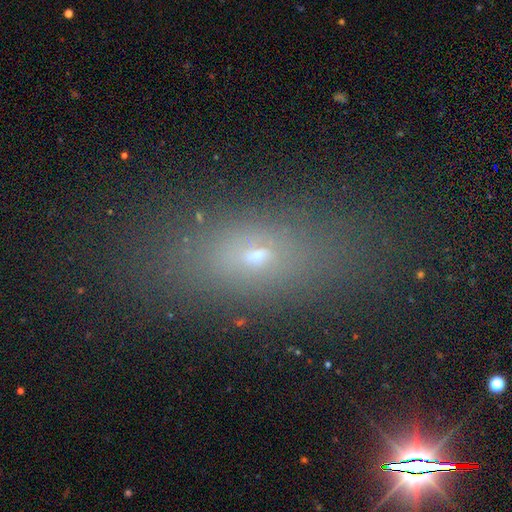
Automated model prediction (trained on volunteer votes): Smooth or featured?
  - smooth: 52% *
  - star or artifact: 25%
  - featured or disk: 22%
How rounded?
  - in between: 71% *
  - cigar-shaped: 18%
  - round: 11%
Merging?
  - none: 74% *
  - minor disturbance: 14%
  - major disturbance: 7%
  - merger: 4%